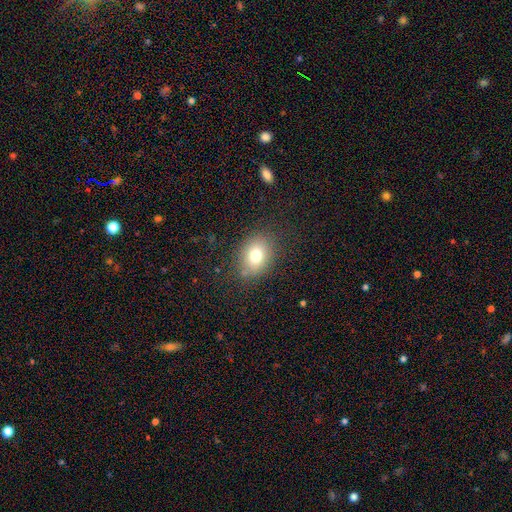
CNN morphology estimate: This is likely a smooth galaxy (75%). How rounded: possibly in between (56%). Merging: clearly none (81%).